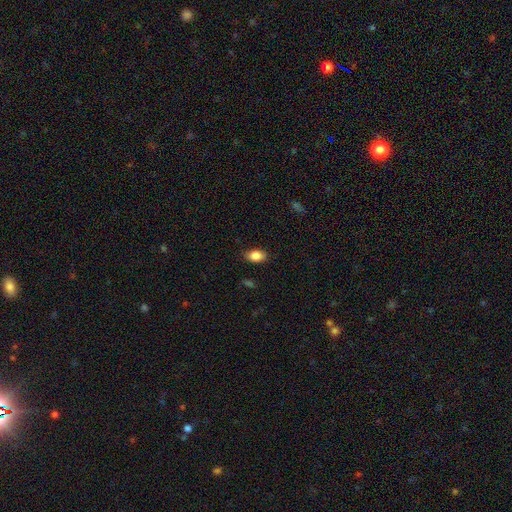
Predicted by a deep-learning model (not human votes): A smooth galaxy with no disk features (86%) that is in between round and cigar-shaped (87%). Merging: none (86%).